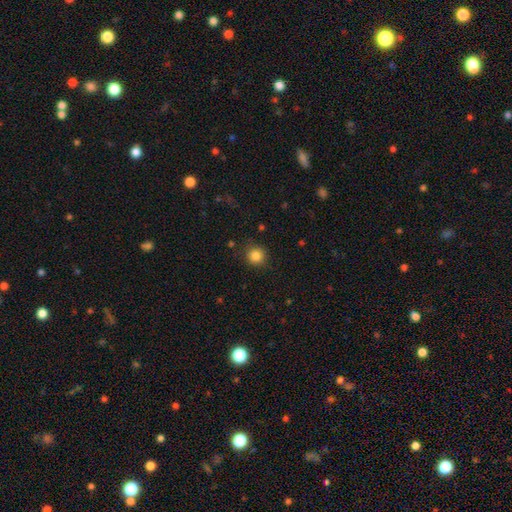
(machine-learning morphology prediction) Smooth or featured: smooth — 85% (star or artifact — 11%)
How rounded: round — 92% (in between — 7%)
Merging: none — 88% (minor disturbance — 8%)